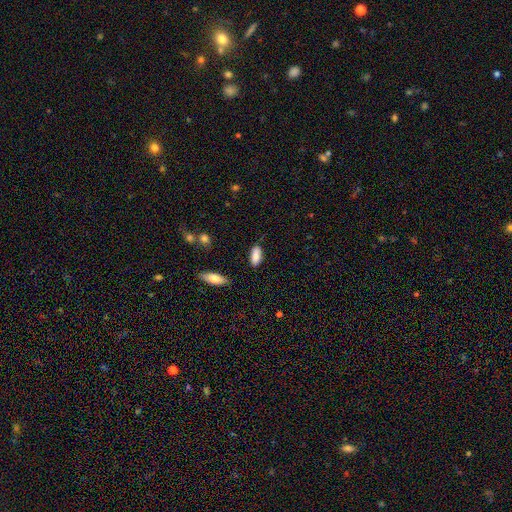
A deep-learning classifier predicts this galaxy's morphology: A smooth galaxy with no disk features (86%) that is in between round and cigar-shaped (84%). Merging: none (82%).